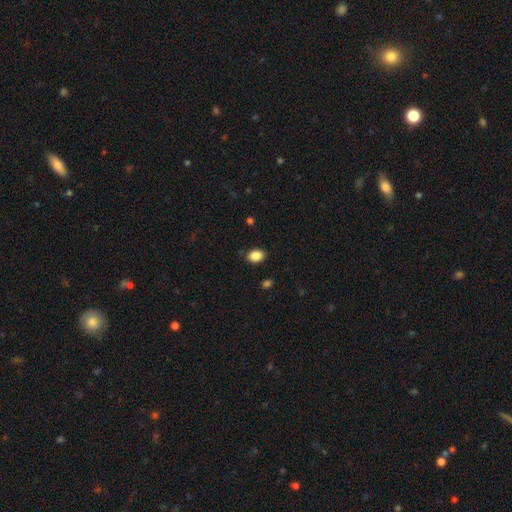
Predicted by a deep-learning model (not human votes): The model was most divided on "how rounded": in between: 78%, round: 21%, cigar-shaped: 1%. More confident: smooth or featured — smooth (88%); merging — none (86%).